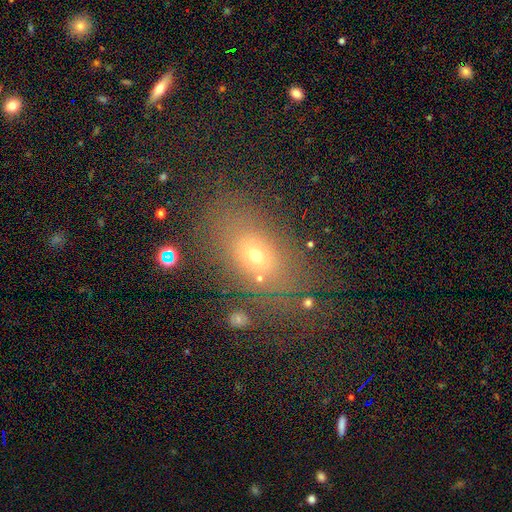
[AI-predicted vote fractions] Smooth or featured? Predicted: smooth (p=0.59). How rounded? Predicted: in between (p=0.73). Merging? Predicted: none (p=0.66).